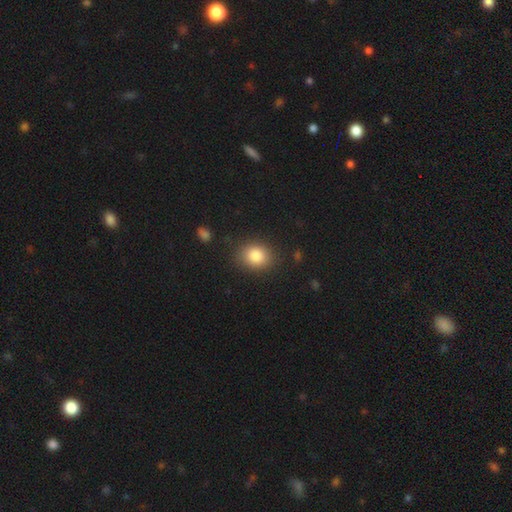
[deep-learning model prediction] This appears to be a smooth galaxy with no disk features (85%) that is round (56%). Merging: none (86%).